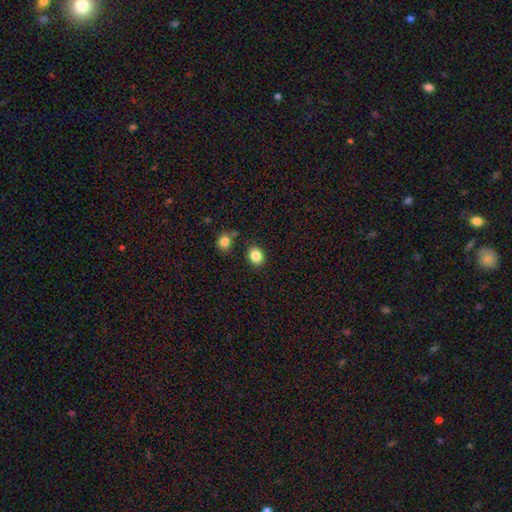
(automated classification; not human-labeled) Smooth or featured: smooth — 86% (star or artifact — 9%)
How rounded: round — 51% (in between — 49%)
Merging: none — 83% (minor disturbance — 9%)